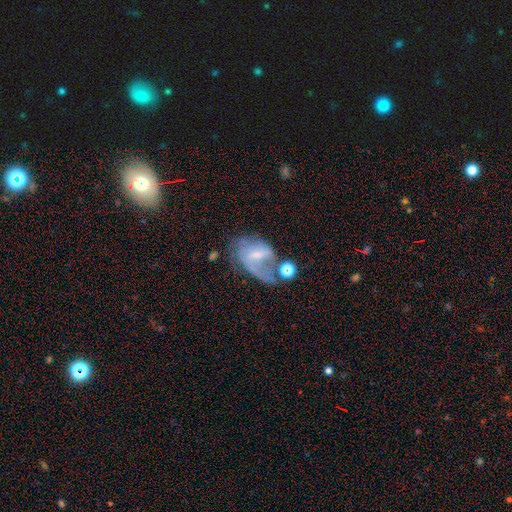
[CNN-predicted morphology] The model was most divided on "merging": major disturbance: 37%, none: 27%, minor disturbance: 23%, merger: 13%. Remaining: edge-on disk — no (96%); spiral arms — yes (70%); smooth or featured — featured or disk (60%); bar — weak (51%); bulge size — small (47%).